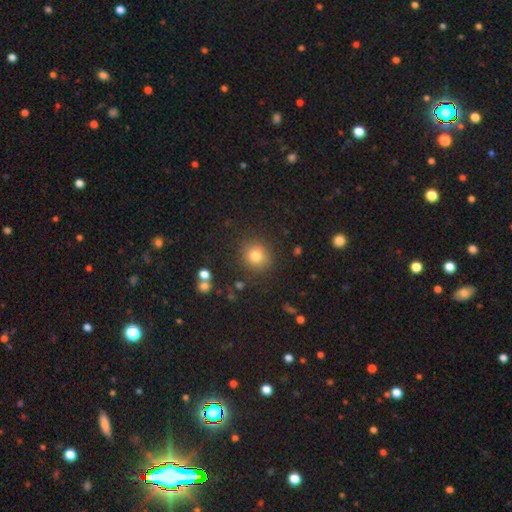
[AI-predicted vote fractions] Smooth or featured?
  - smooth: 79% *
  - star or artifact: 13%
  - featured or disk: 8%
How rounded?
  - round: 87% *
  - in between: 12%
  - cigar-shaped: 1%
Merging?
  - none: 86% *
  - minor disturbance: 8%
  - major disturbance: 3%
  - merger: 2%